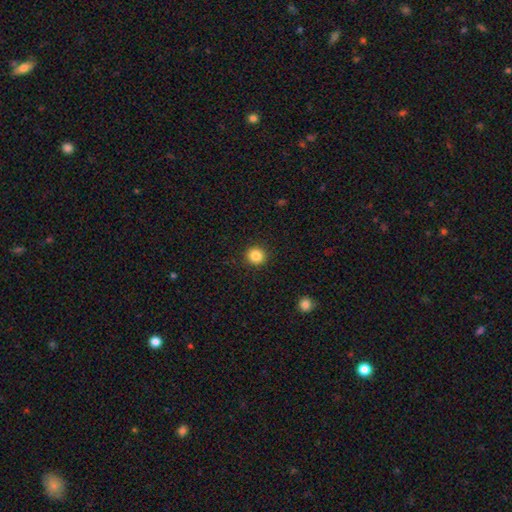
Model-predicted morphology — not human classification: A smooth galaxy with no disk features (86%) that is round (91%). Merging: none (92%).